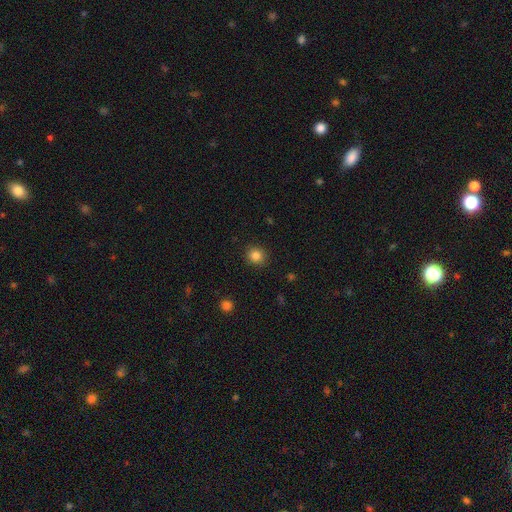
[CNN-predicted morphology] A smooth galaxy with no disk features (84%) that is round (87%).

Vote fractions:
- Smooth or featured? smooth: 84% / star or artifact: 11% / featured or disk: 5%
- How rounded? round: 87% / in between: 12% / cigar-shaped: 1%
- Merging? none: 90% / minor disturbance: 7% / major disturbance: 2% / merger: 1%